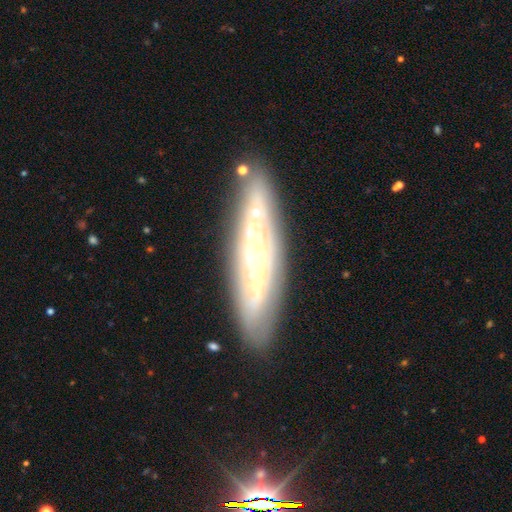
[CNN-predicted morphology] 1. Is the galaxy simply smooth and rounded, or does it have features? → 73% featured or disk, 20% smooth, 7% star or artifact.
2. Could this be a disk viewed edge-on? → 60% no, 40% yes.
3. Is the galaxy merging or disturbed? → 80% none, 13% minor disturbance, 4% major disturbance, 3% merger.